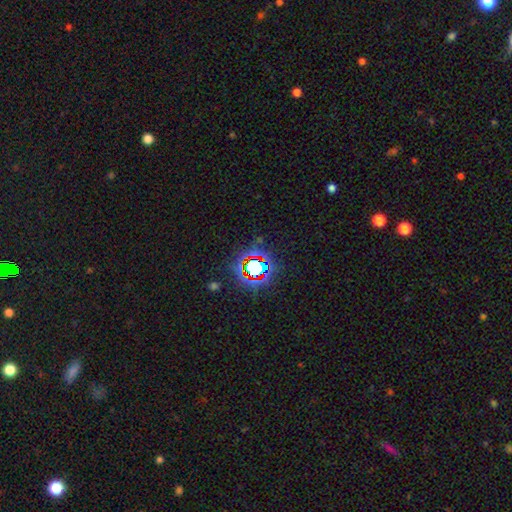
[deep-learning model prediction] A star or artifact, not a galaxy (73%).

Vote fractions:
- Smooth or featured? star or artifact: 73% / smooth: 17% / featured or disk: 10%